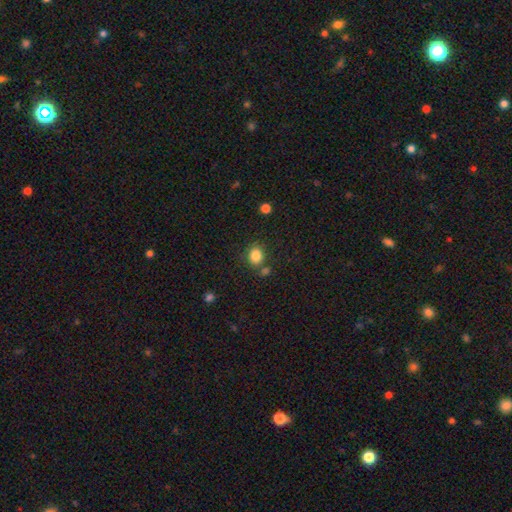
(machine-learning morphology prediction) Q: Smooth or featured?
A: smooth (84%); runner-up: star or artifact (11%)
Q: How rounded?
A: round (62%); runner-up: in between (37%)
Q: Merging?
A: none (75%); runner-up: minor disturbance (11%)